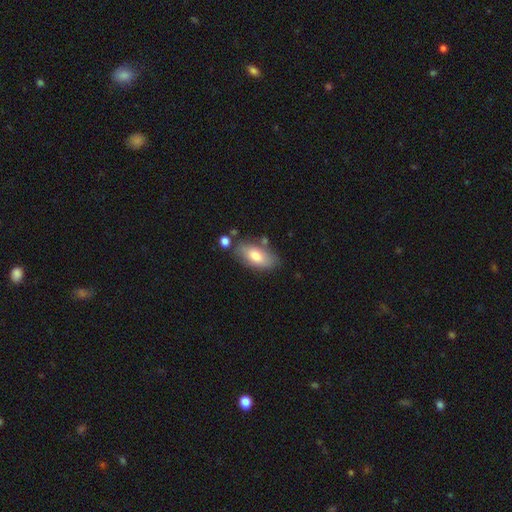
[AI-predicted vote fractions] The model was most divided on "merging": none: 73%, minor disturbance: 16%, merger: 7%, major disturbance: 4%. More confident: how rounded — in between (91%); smooth or featured — smooth (75%).